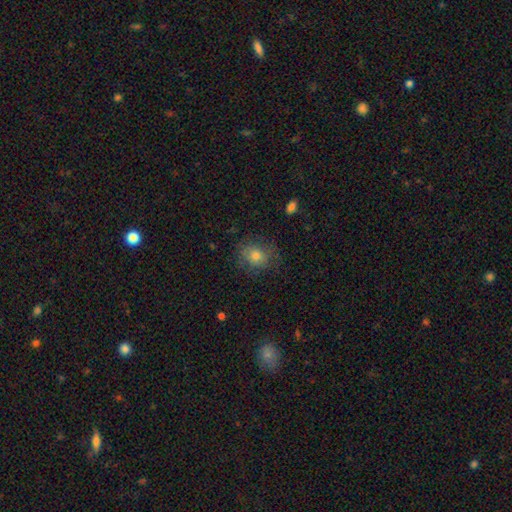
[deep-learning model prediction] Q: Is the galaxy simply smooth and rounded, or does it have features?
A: smooth — 70%.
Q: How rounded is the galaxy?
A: round — 68%.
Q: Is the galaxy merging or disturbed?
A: none — 73%.